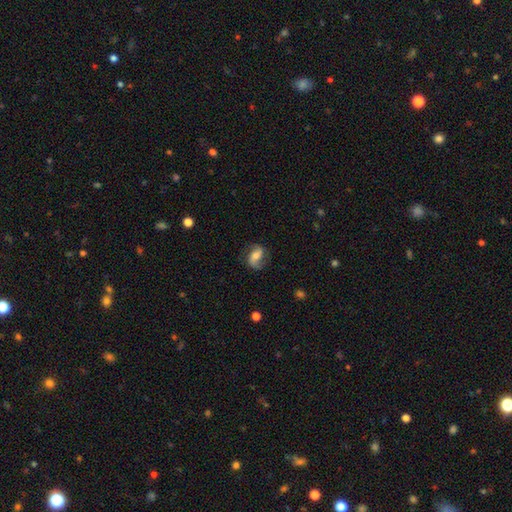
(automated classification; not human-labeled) smooth_or_featured: featured or disk (p=0.60) [alt: smooth p=0.32]
disk_edge_on: no (p=0.96) [alt: yes p=0.04]
bar: no (p=0.41) [alt: weak p=0.37]
has_spiral_arms: yes (p=0.90) [alt: no p=0.10]
spiral_winding: loose (p=0.46) [alt: medium p=0.39]
spiral_arm_count: 2 (p=0.85) [alt: 1 p=0.07]
bulge_size: moderate (p=0.51) [alt: small p=0.30]
merging: none (p=0.71) [alt: minor disturbance p=0.18]